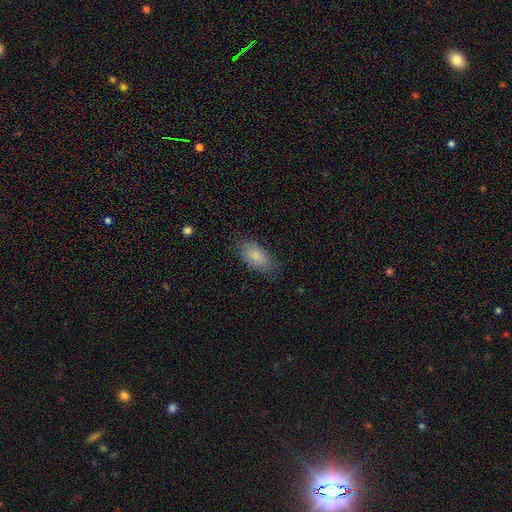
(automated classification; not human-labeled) Smooth or featured? smooth (86%)
How rounded? in between (90%)
Merging? none (80%)